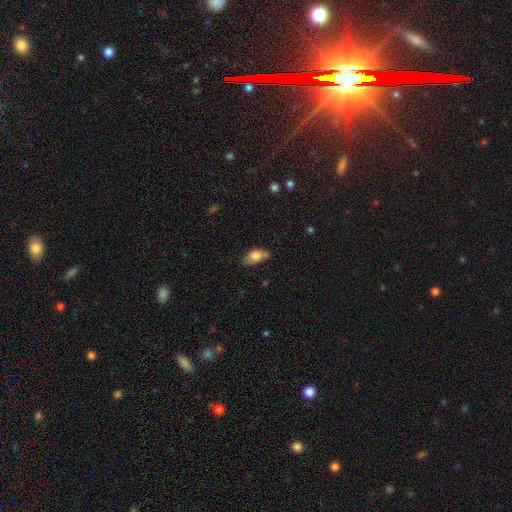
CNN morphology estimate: Smooth or featured? Predicted: smooth (p=0.80). How rounded? Predicted: in between (p=0.92). Merging? Predicted: none (p=0.66).